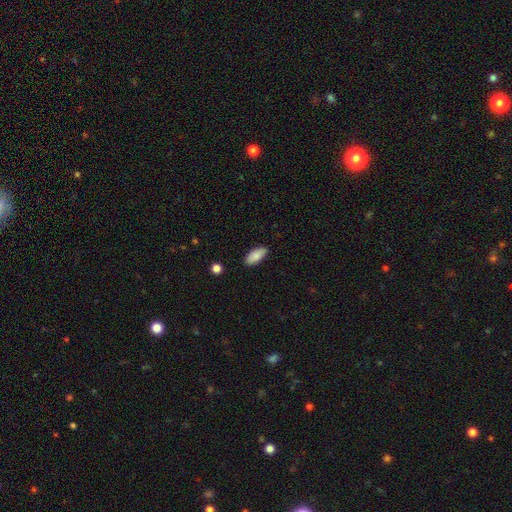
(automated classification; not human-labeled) Morphology: type=smooth (84%); roundness=in between (85%); merging=none (86%).